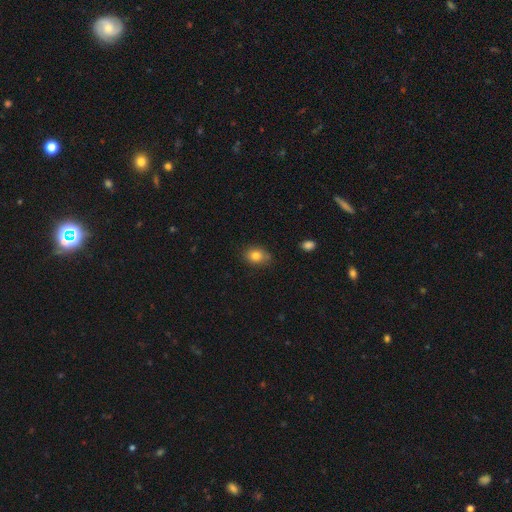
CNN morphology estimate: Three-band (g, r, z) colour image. It shows a smooth galaxy with no disk features (82%) that is in between round and cigar-shaped (57%). Merging: none (74%).